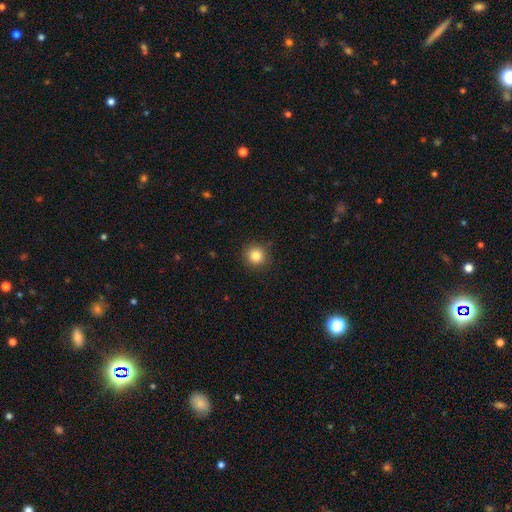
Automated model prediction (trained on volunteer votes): smooth-or-featured: smooth: 84% | star or artifact: 11% | featured or disk: 5%
  how-rounded: round: 93% | in between: 6% | cigar-shaped: 1%
  merging: none: 88% | minor disturbance: 9% | major disturbance: 2% | merger: 1%